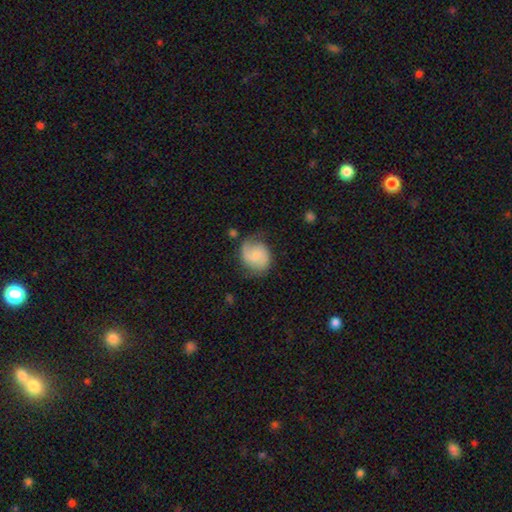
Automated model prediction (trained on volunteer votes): Q: Smooth or featured?
A: featured or disk (58%); runner-up: smooth (35%)
Q: Edge-on disk?
A: no (98%); runner-up: yes (2%)
Q: Bar?
A: no (57%); runner-up: weak (37%)
Q: Spiral arms?
A: yes (92%); runner-up: no (8%)
Q: Spiral winding?
A: medium (46%); runner-up: loose (29%)
Q: Spiral arm count?
A: 2 (81%); runner-up: can't tell (8%)
Q: Bulge size?
A: small (55%); runner-up: moderate (23%)
Q: Merging?
A: none (64%); runner-up: minor disturbance (24%)